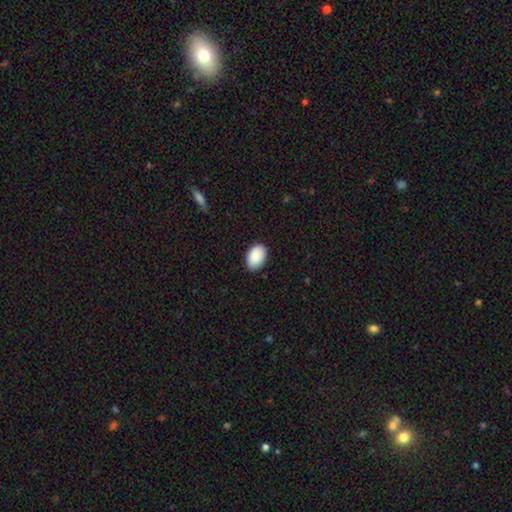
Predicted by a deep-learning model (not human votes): Smooth or featured? Predicted: smooth (p=0.90). How rounded? Predicted: in between (p=0.90). Merging? Predicted: none (p=0.87).